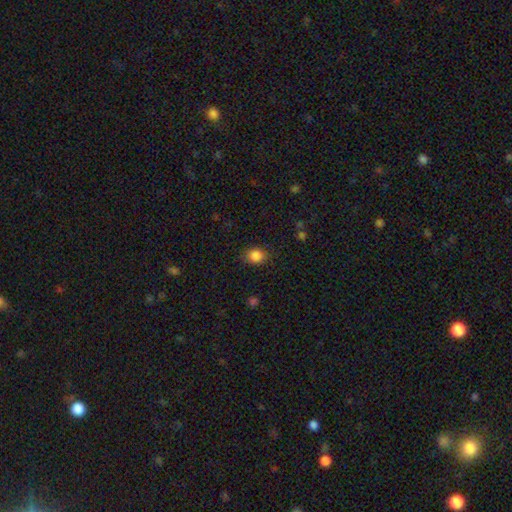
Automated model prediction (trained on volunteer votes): A smooth galaxy with no disk features (86%) that is round (53%). Merging: none (82%).